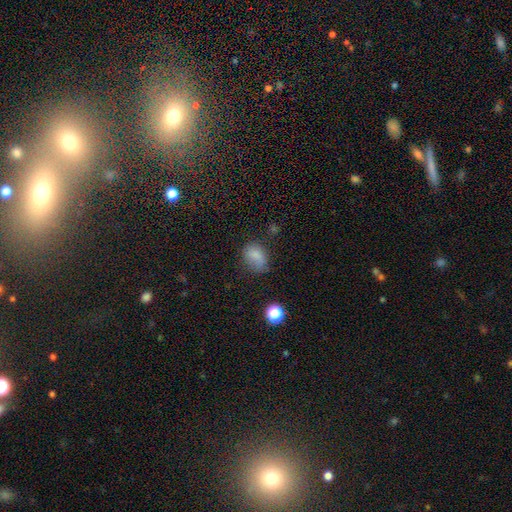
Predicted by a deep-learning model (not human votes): Smooth or featured? Predicted: smooth (p=0.80). How rounded? Predicted: in between (p=0.73). Merging? Predicted: none (p=0.59).